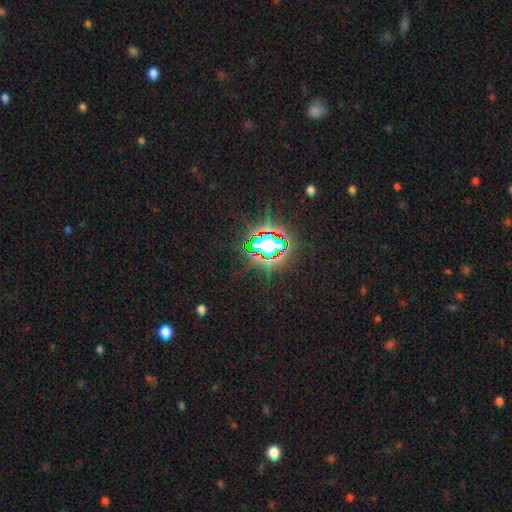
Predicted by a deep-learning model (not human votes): The model was most divided on "smooth or featured": star or artifact: 78%, smooth: 13%, featured or disk: 9%.